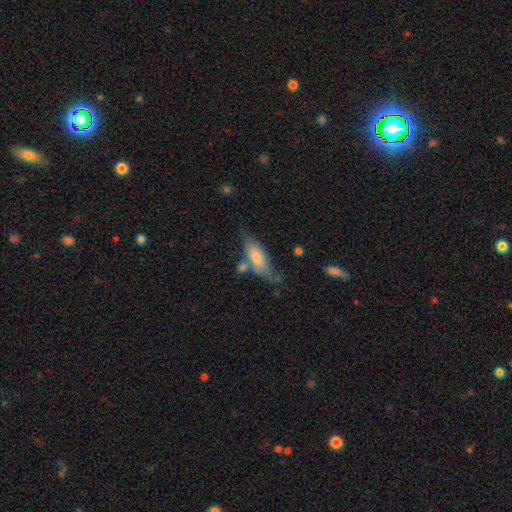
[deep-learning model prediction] Smooth or featured: smooth — 68% (featured or disk — 25%)
How rounded: in between — 68% (cigar-shaped — 30%)
Merging: none — 51% (minor disturbance — 26%)